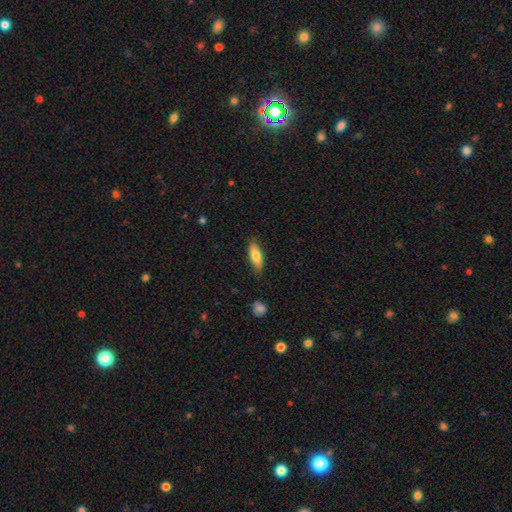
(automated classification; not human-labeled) This appears to be a smooth galaxy with no disk features (76%) that is in between round and cigar-shaped (66%). Merging: none (82%).